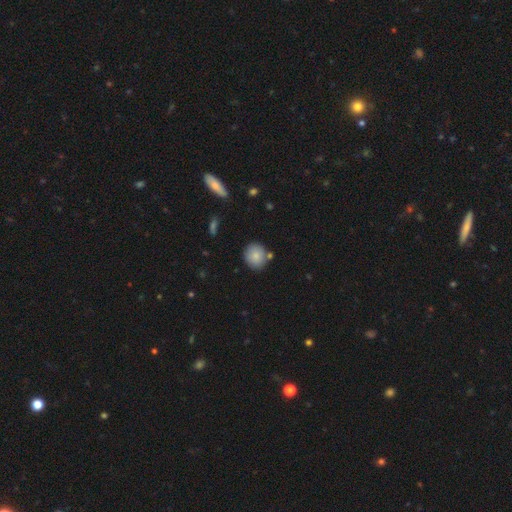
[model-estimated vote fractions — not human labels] Smooth or featured?
  - smooth: 85% *
  - star or artifact: 8%
  - featured or disk: 7%
How rounded?
  - round: 80% *
  - in between: 19%
  - cigar-shaped: 1%
Merging?
  - none: 80% *
  - minor disturbance: 11%
  - merger: 7%
  - major disturbance: 3%